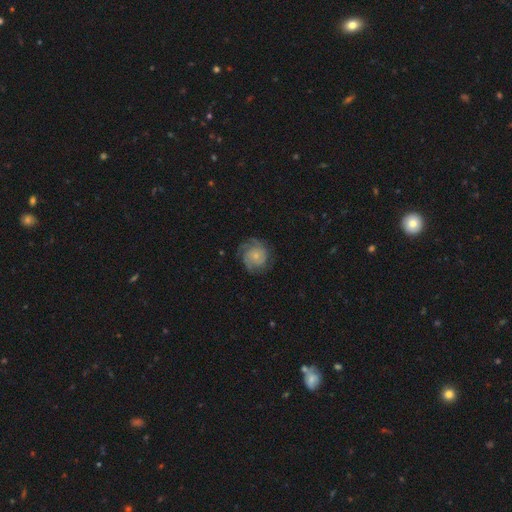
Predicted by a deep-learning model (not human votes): smooth-or-featured: featured or disk: 75% | smooth: 18% | star or artifact: 7%
  disk-edge-on: no: 98% | yes: 2%
    bar: no: 81% | weak: 17% | strong: 3%
    has-spiral-arms: yes: 94% | no: 6%
      spiral-winding: tight: 54% | medium: 35% | loose: 10%
      spiral-arm-count: 3: 32% | 2: 25% | can't tell: 22% | 4: 10% | 1: 6% | more than 4: 5%
    bulge-size: small: 72% | moderate: 20% | none: 6% | large: 2% | dominant: 1%
  merging: none: 72% | minor disturbance: 17% | major disturbance: 9% | merger: 1%